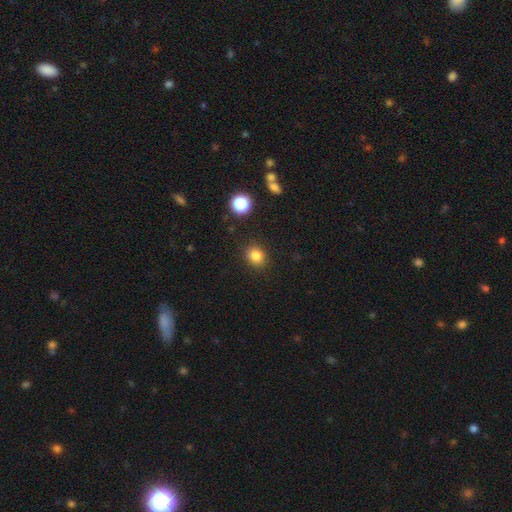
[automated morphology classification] This is clearly a smooth galaxy (82%). How rounded: likely round (68%). Merging: clearly none (88%).